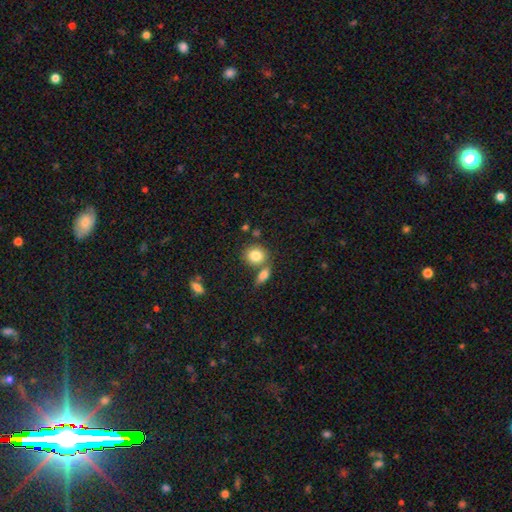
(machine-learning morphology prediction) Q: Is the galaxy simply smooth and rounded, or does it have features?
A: smooth — 82%.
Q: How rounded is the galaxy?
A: round — 65%.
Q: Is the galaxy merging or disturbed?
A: none — 55%.